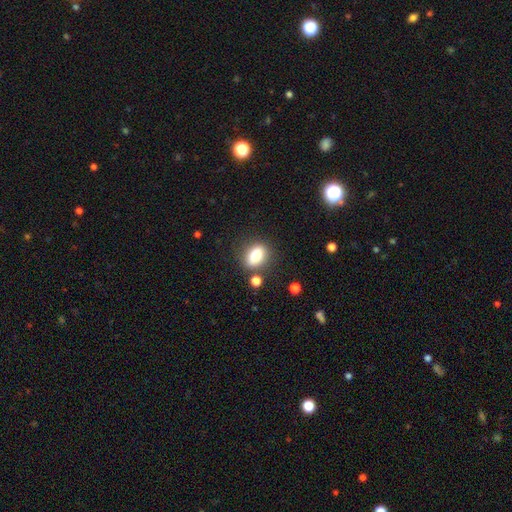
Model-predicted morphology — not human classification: type=smooth (84%); roundness=in between (77%); merging=none (73%).